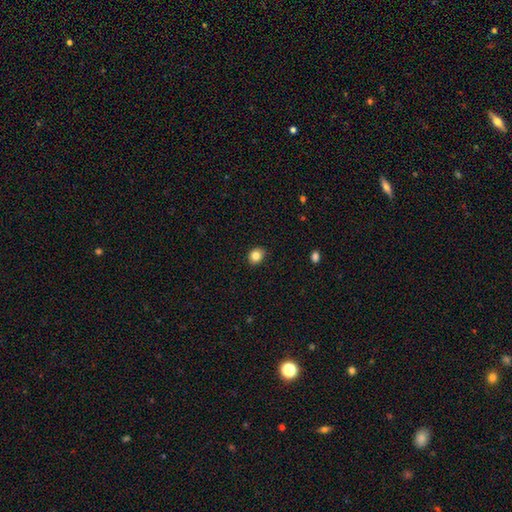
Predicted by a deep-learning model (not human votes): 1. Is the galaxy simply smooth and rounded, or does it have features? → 84% smooth, 10% star or artifact, 6% featured or disk.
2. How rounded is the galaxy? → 58% round, 41% in between, 1% cigar-shaped.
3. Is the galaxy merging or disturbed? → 88% none, 9% minor disturbance, 2% major disturbance, 1% merger.